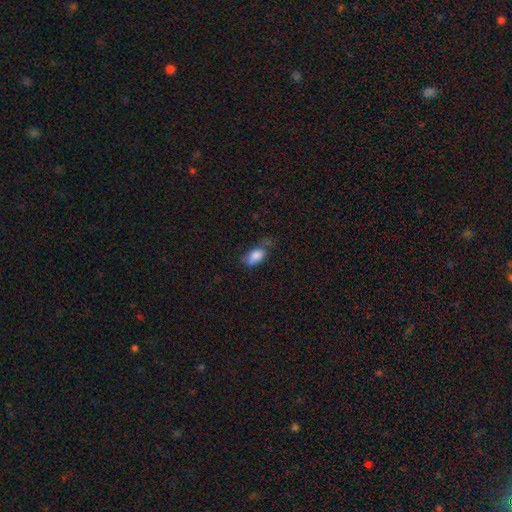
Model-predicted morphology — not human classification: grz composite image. It shows a smooth galaxy with no disk features (83%) that is in between round and cigar-shaped (89%). Merging: none (50%).